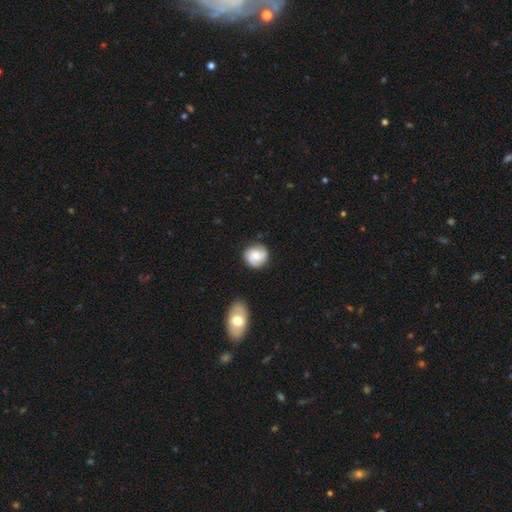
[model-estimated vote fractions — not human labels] This is possibly a smooth galaxy (47%). Merging: likely none (78%).